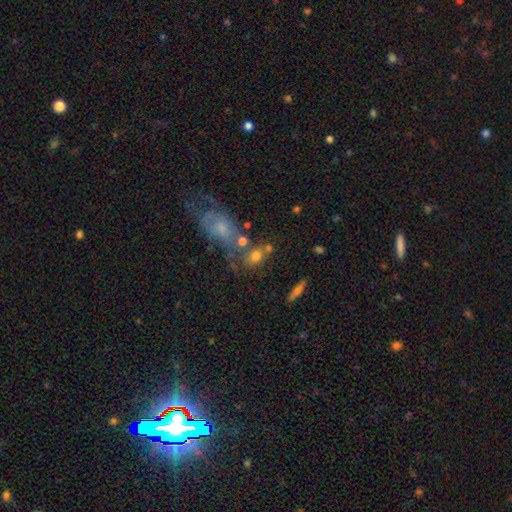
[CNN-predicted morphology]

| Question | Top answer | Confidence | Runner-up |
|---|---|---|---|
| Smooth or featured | smooth | 69% | featured or disk (18%) |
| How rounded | in between | 50% | round (46%) |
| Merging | none | 46% | merger (29%) |